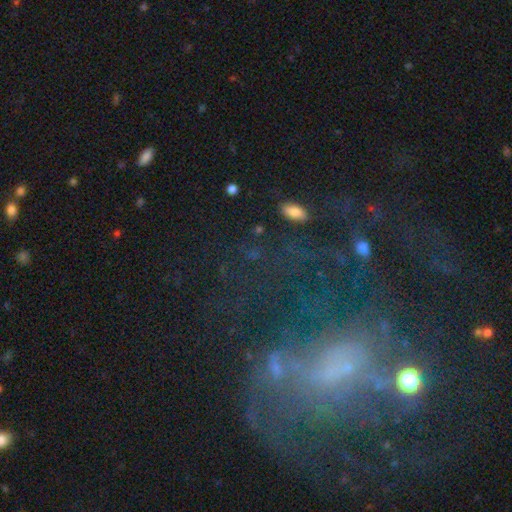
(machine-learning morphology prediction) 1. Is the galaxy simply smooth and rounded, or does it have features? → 45% featured or disk, 33% star or artifact, 22% smooth.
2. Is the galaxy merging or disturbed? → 54% none, 20% major disturbance, 17% minor disturbance, 10% merger.